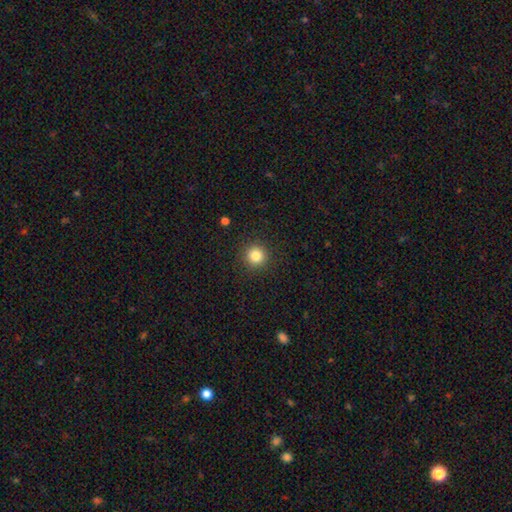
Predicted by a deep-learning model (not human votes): Morphology: type=smooth (83%); roundness=round (95%); merging=none (91%).